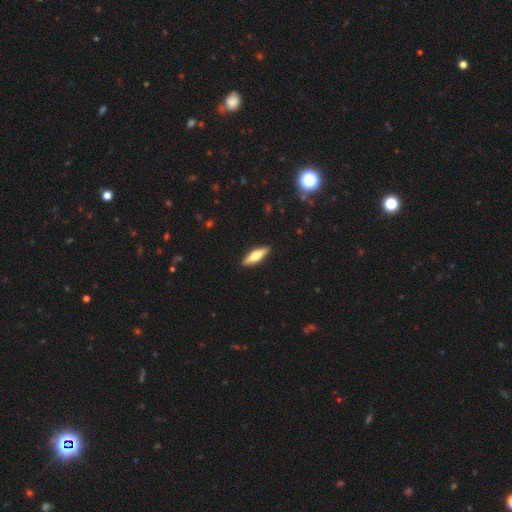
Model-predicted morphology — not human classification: A smooth galaxy with no disk features (50%). Merging: none (91%).